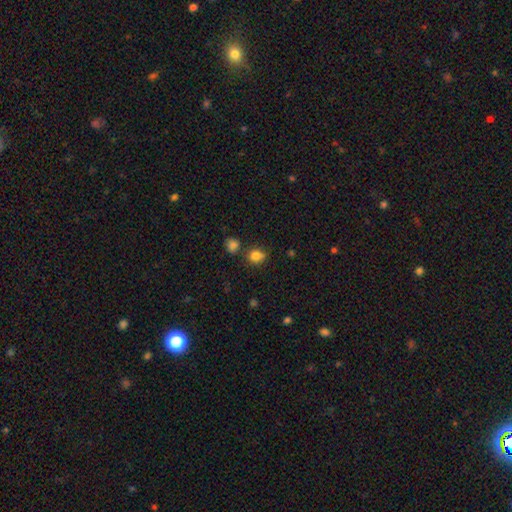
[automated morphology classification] smooth_or_featured: smooth (p=0.82) [alt: star or artifact p=0.12]
how_rounded: round (p=0.75) [alt: in between p=0.24]
merging: none (p=0.71) [alt: minor disturbance p=0.16]